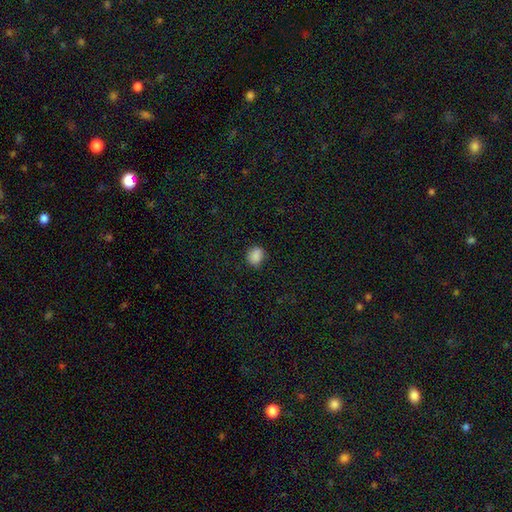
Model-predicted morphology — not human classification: Smooth or featured? smooth (87%)
How rounded? round (57%)
Merging? none (81%)